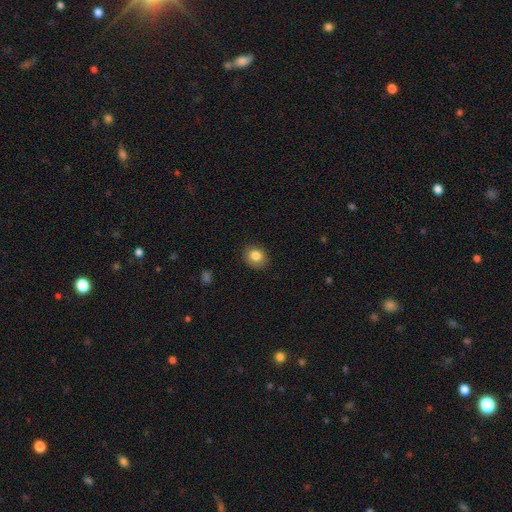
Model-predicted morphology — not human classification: Q: Smooth or featured?
A: smooth (83%); runner-up: star or artifact (9%)
Q: How rounded?
A: round (60%); runner-up: in between (39%)
Q: Merging?
A: none (86%); runner-up: minor disturbance (10%)